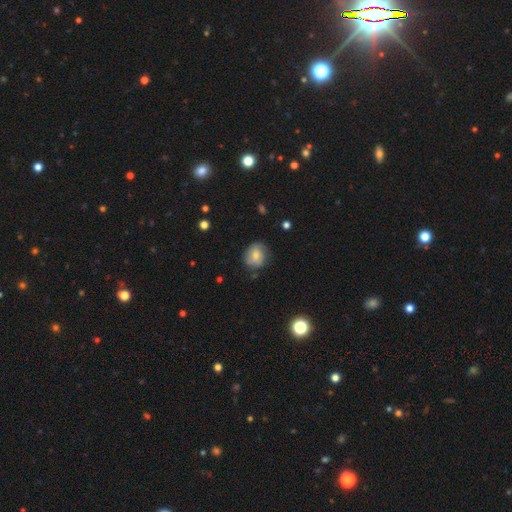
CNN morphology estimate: smooth-or-featured: smooth: 59% | featured or disk: 33% | star or artifact: 9%
  how-rounded: round: 72% | in between: 27% | cigar-shaped: 1%
  merging: none: 68% | minor disturbance: 24% | major disturbance: 7% | merger: 2%